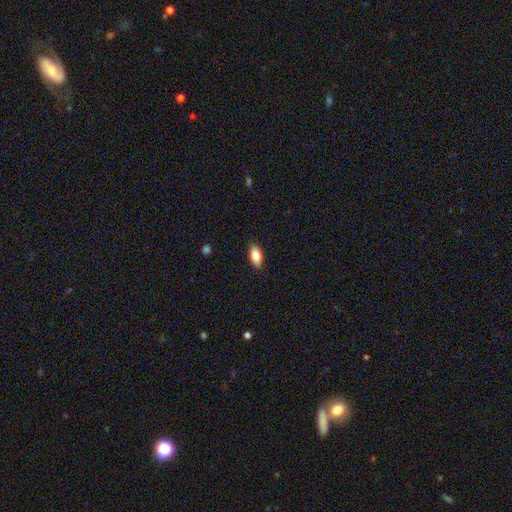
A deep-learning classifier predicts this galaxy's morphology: A smooth galaxy with no disk features (82%) that is in between round and cigar-shaped (89%).

Vote fractions:
- Smooth or featured? smooth: 82% / featured or disk: 11% / star or artifact: 7%
- How rounded? in between: 89% / cigar-shaped: 8% / round: 3%
- Merging? none: 88% / minor disturbance: 9% / major disturbance: 2% / merger: 1%